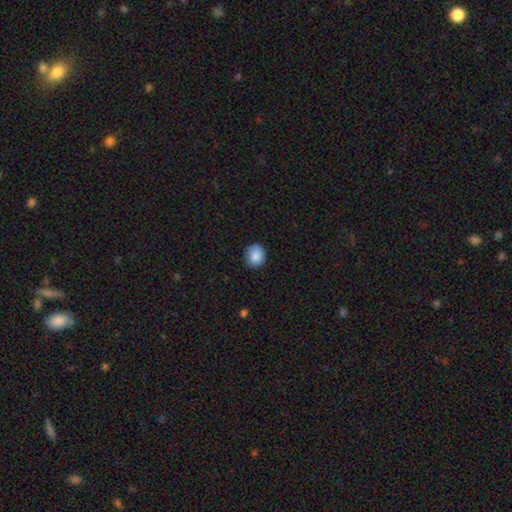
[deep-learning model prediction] smooth_or_featured: smooth (p=0.87) [alt: star or artifact p=0.08]
how_rounded: round (p=0.75) [alt: in between p=0.24]
merging: none (p=0.83) [alt: minor disturbance p=0.13]